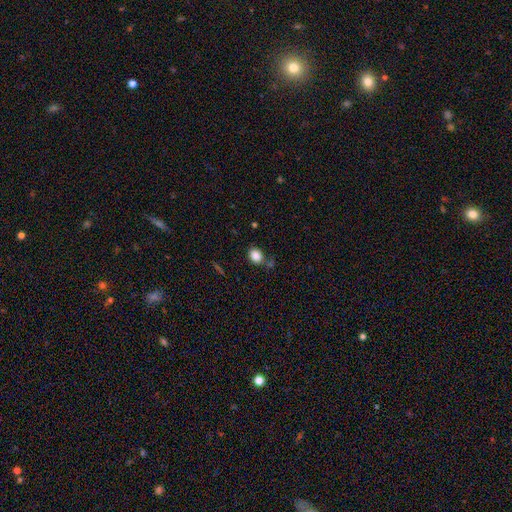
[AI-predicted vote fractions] Q: Smooth or featured?
A: smooth (85%); runner-up: star or artifact (10%)
Q: How rounded?
A: in between (50%); runner-up: round (48%)
Q: Merging?
A: none (69%); runner-up: minor disturbance (16%)